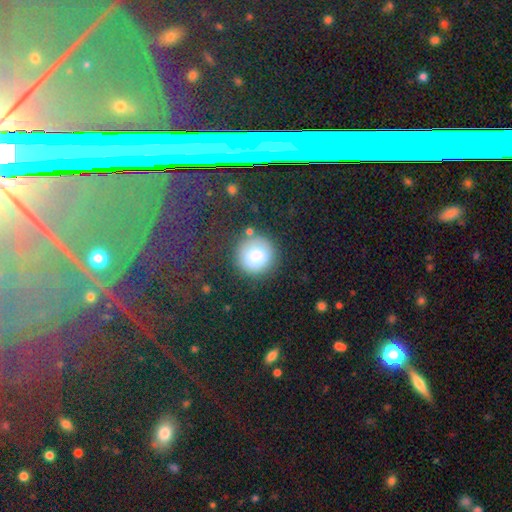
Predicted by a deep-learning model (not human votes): A smooth galaxy with no disk features (80%) that is round (93%).

Vote fractions:
- Smooth or featured? smooth: 80% / star or artifact: 10% / featured or disk: 10%
- How rounded? round: 93% / in between: 6% / cigar-shaped: 1%
- Merging? none: 82% / minor disturbance: 10% / major disturbance: 4% / merger: 4%